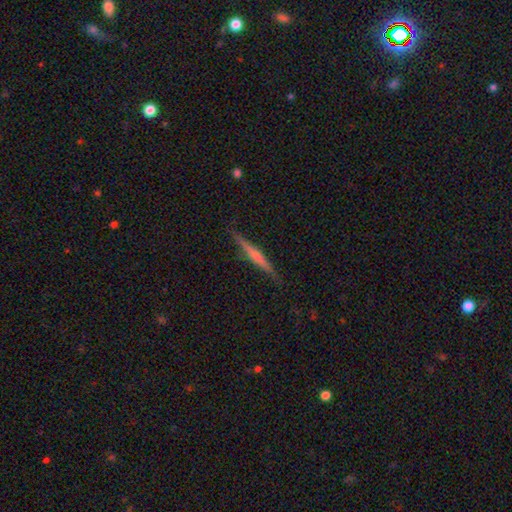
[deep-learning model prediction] Smooth or featured? Predicted: featured or disk (p=0.54). Edge-on disk? Predicted: yes (p=0.97). Edge-on bulge? Predicted: none (p=0.46). Merging? Predicted: none (p=0.88).